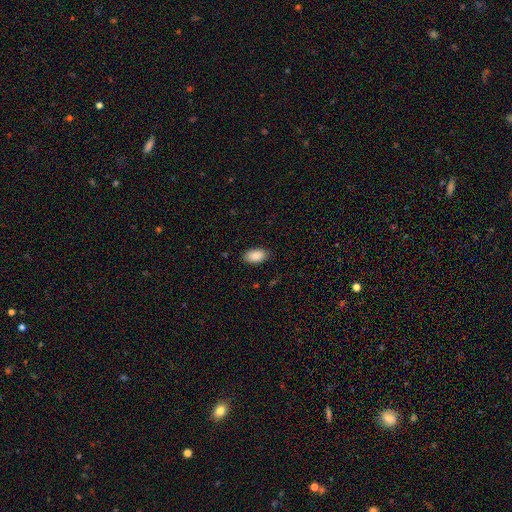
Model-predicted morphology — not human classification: A smooth galaxy with no disk features (90%) that is in between round and cigar-shaped (95%). Merging: none (86%).